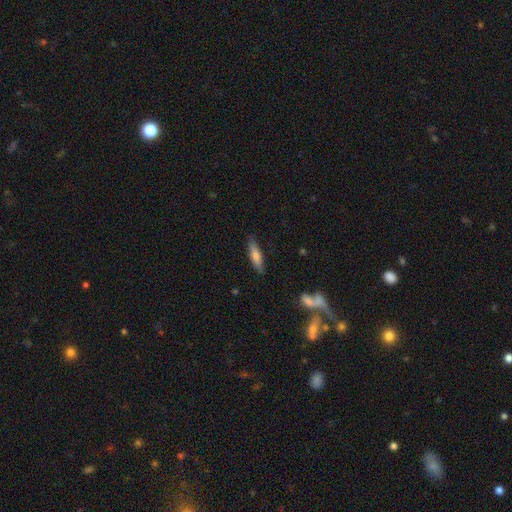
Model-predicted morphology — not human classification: This is likely a smooth galaxy (66%). How rounded: likely cigar-shaped (74%). Merging: clearly none (86%).